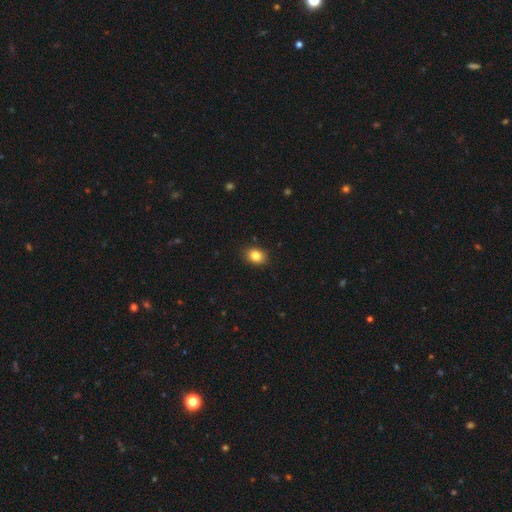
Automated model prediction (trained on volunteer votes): Smooth or featured?
  - smooth: 84% *
  - star or artifact: 10%
  - featured or disk: 6%
How rounded?
  - in between: 61% *
  - round: 38%
  - cigar-shaped: 1%
Merging?
  - none: 87% *
  - minor disturbance: 9%
  - major disturbance: 2%
  - merger: 1%